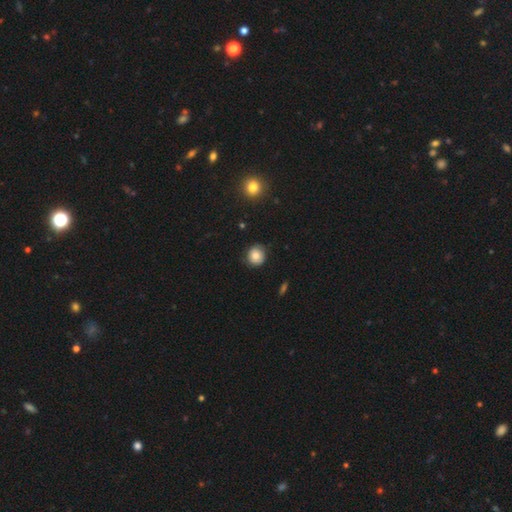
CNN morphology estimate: A smooth galaxy with no disk features (77%) that is round (86%). Merging: none (80%).